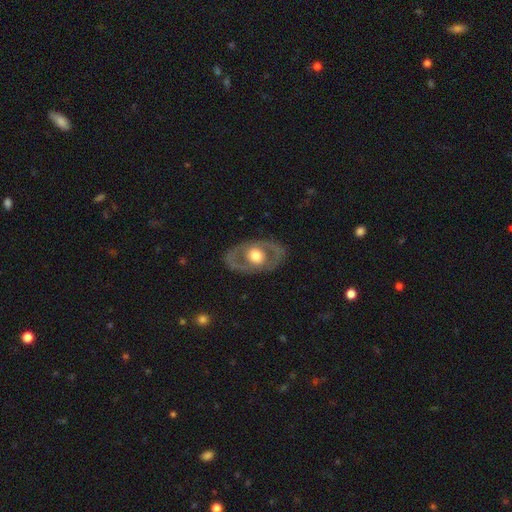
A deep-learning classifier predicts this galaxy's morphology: Smooth or featured? featured or disk (66%)
Edge-on disk? no (90%)
Bar? no (80%)
Spiral arms? no (73%)
Bulge size? moderate (52%)
Merging? none (82%)